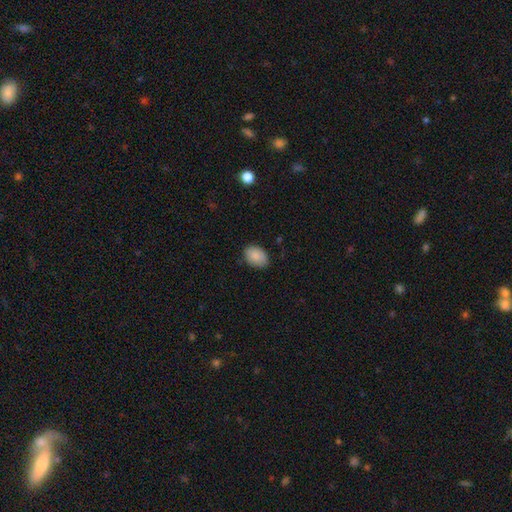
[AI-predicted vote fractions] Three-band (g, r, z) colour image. It shows a smooth galaxy with no disk features (88%) that is in between round and cigar-shaped (80%). Merging: none (83%).